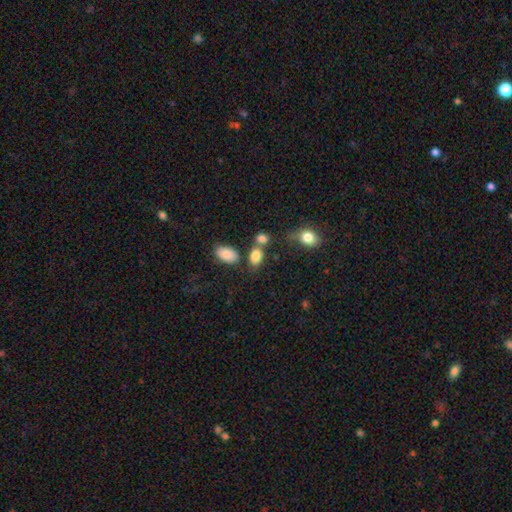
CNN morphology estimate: Smooth or featured: smooth — 82% (star or artifact — 10%)
How rounded: in between — 72% (round — 26%)
Merging: none — 53% (merger — 26%)